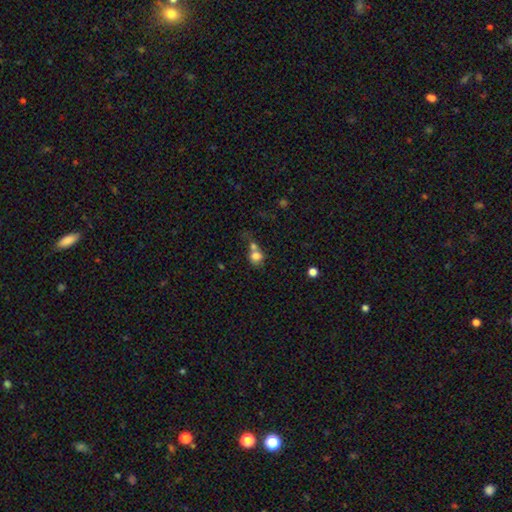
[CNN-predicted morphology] This appears to be a smooth galaxy with no disk features (76%) that is round (76%). Merging: merger (53%).